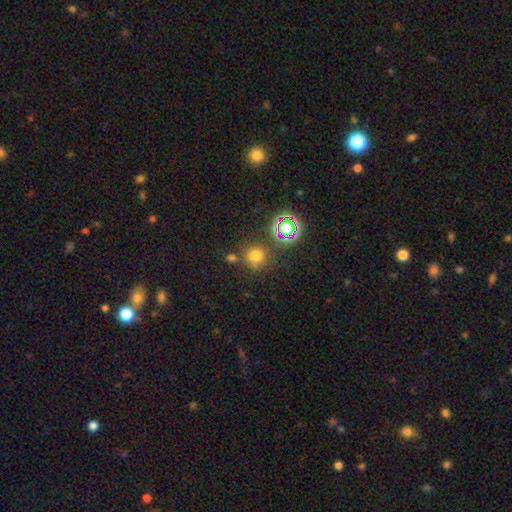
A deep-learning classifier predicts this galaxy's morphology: Smooth or featured?
  - smooth: 67% *
  - star or artifact: 25%
  - featured or disk: 7%
How rounded?
  - round: 84% *
  - in between: 14%
  - cigar-shaped: 1%
Merging?
  - none: 70% *
  - minor disturbance: 13%
  - merger: 12%
  - major disturbance: 5%